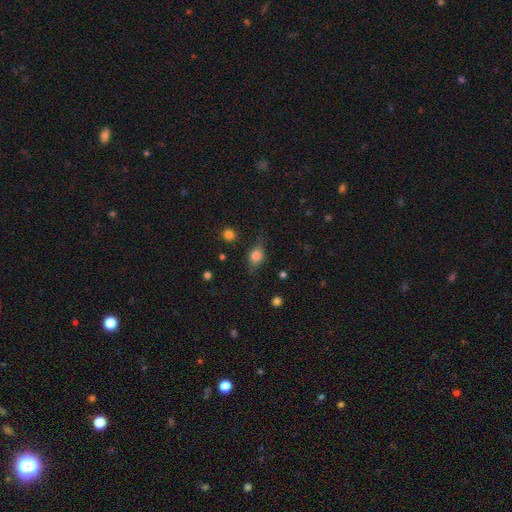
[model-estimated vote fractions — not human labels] Q: Smooth or featured?
A: smooth (69%); runner-up: featured or disk (20%)
Q: How rounded?
A: in between (54%); runner-up: round (41%)
Q: Merging?
A: none (69%); runner-up: minor disturbance (22%)